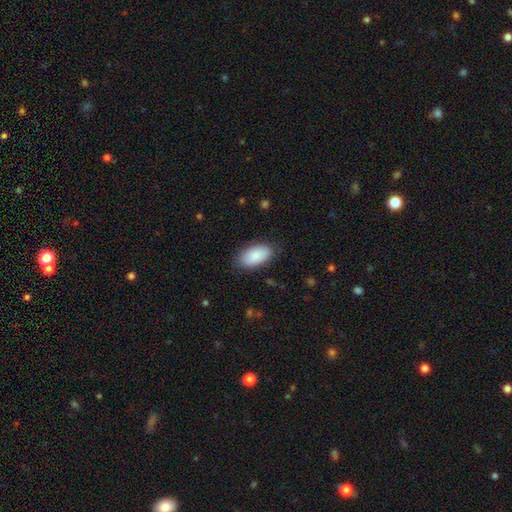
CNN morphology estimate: Smooth or featured? Predicted: smooth (p=0.88). How rounded? Predicted: in between (p=0.95). Merging? Predicted: none (p=0.83).